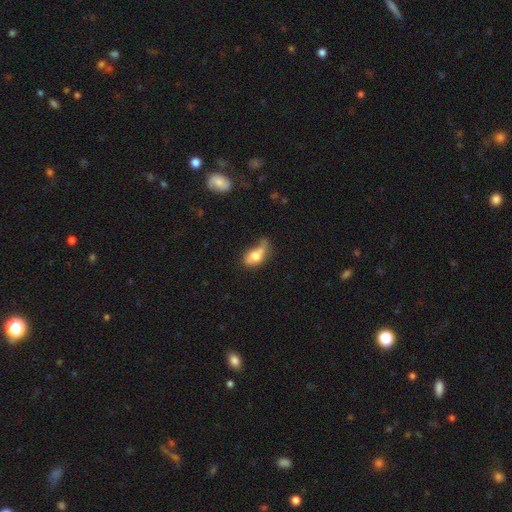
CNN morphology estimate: smooth-or-featured: smooth: 68% | featured or disk: 23% | star or artifact: 9%
  how-rounded: in between: 81% | round: 15% | cigar-shaped: 4%
  merging: major disturbance: 29% | minor disturbance: 27% | none: 24% | merger: 20%